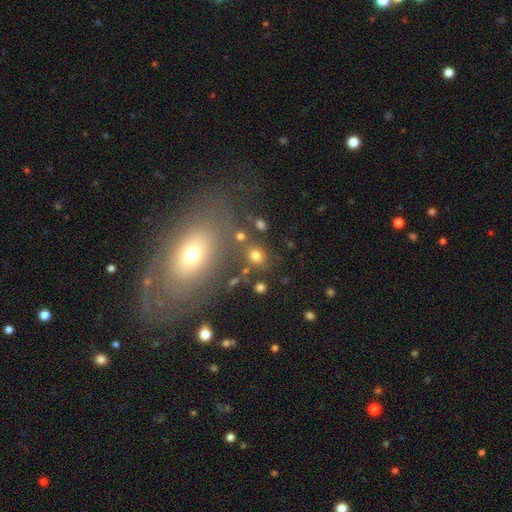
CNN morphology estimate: Smooth or featured: smooth — 74% (star or artifact — 16%)
How rounded: round — 55% (in between — 43%)
Merging: none — 74% (minor disturbance — 11%)